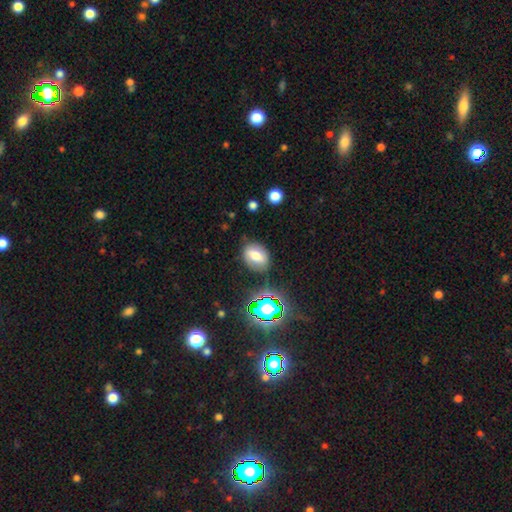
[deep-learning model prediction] A smooth galaxy with no disk features (67%) that is in between round and cigar-shaped (66%).

Vote fractions:
- Smooth or featured? smooth: 67% / featured or disk: 19% / star or artifact: 15%
- How rounded? in between: 66% / round: 33% / cigar-shaped: 1%
- Merging? none: 76% / minor disturbance: 16% / major disturbance: 5% / merger: 4%